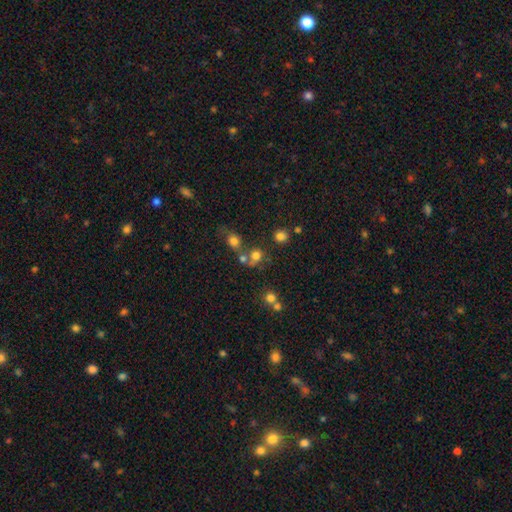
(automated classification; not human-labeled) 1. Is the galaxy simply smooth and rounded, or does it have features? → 69% smooth, 19% star or artifact, 12% featured or disk.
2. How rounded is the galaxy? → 82% round, 17% in between, 1% cigar-shaped.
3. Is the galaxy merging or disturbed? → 51% none, 33% merger, 10% minor disturbance, 6% major disturbance.